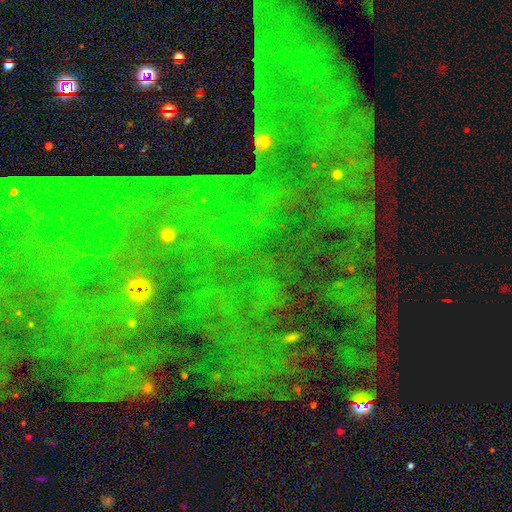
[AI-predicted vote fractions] Smooth or featured: star or artifact — 79% (featured or disk — 13%)